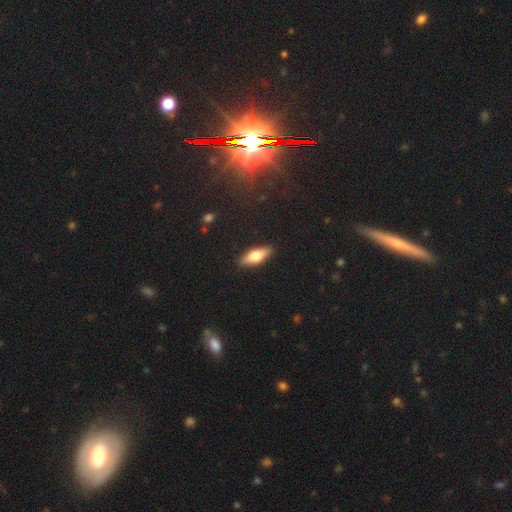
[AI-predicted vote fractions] smooth 62%, featured or disk 32%, star or artifact 6%. Down the decision tree: how rounded — in between (57%); merging — none (89%).